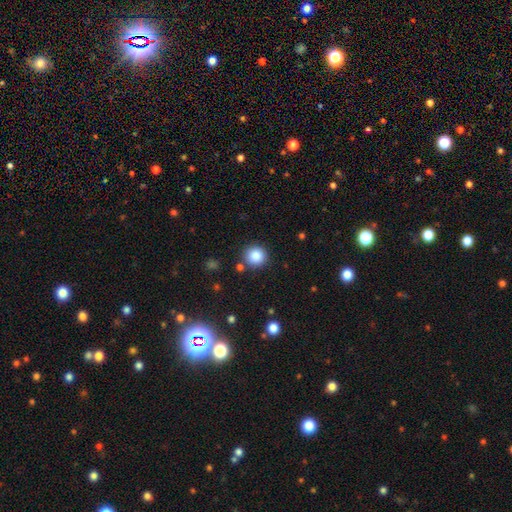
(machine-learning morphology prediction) Smooth or featured: smooth — 86% (star or artifact — 10%)
How rounded: round — 92% (in between — 7%)
Merging: none — 84% (minor disturbance — 8%)